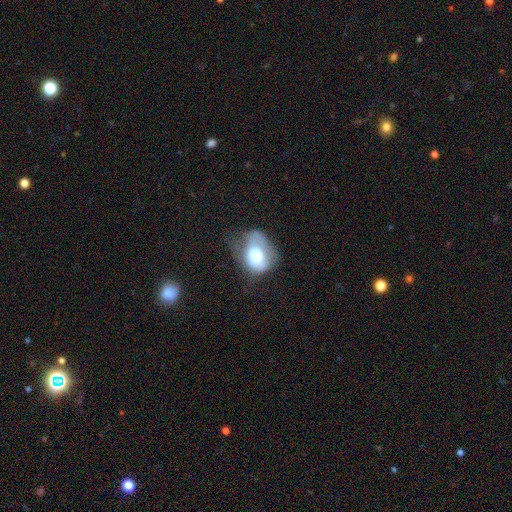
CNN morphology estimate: Q: Smooth or featured?
A: smooth (58%); runner-up: featured or disk (33%)
Q: How rounded?
A: in between (66%); runner-up: round (33%)
Q: Merging?
A: major disturbance (42%); runner-up: minor disturbance (32%)